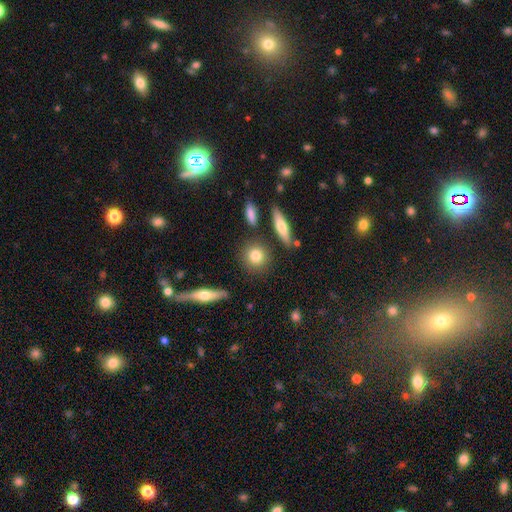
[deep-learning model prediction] Q: Smooth or featured?
A: smooth (80%); runner-up: featured or disk (13%)
Q: How rounded?
A: round (82%); runner-up: in between (14%)
Q: Merging?
A: none (83%); runner-up: minor disturbance (9%)